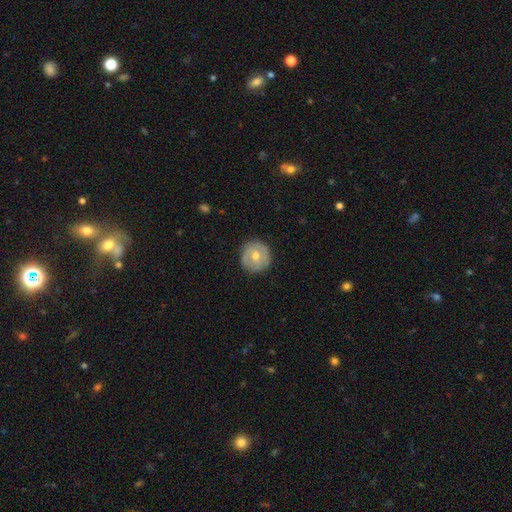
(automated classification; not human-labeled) The model was most divided on "smooth or featured": smooth: 50%, featured or disk: 43%, star or artifact: 7%. More confident: how rounded — round (95%); merging — none (89%).